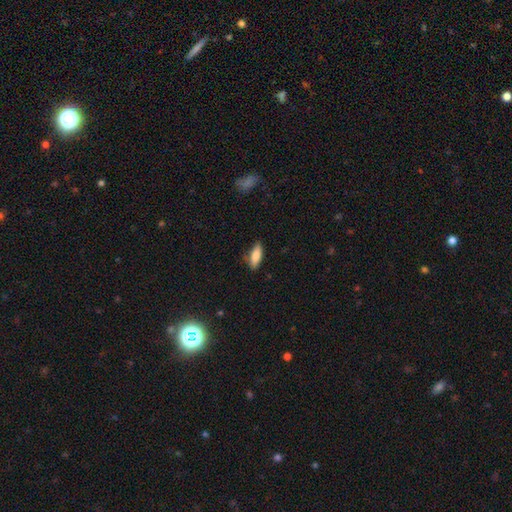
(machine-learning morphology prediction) Smooth or featured: smooth — 82% (featured or disk — 12%)
How rounded: in between — 62% (cigar-shaped — 36%)
Merging: none — 79% (minor disturbance — 16%)